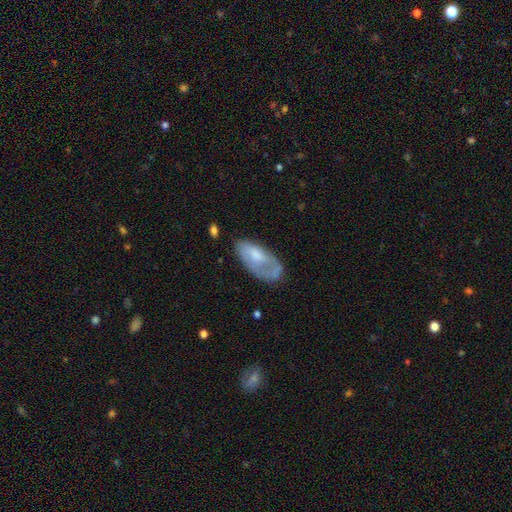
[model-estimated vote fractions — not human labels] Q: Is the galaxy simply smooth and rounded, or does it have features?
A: smooth — 52%.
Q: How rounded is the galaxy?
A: in between — 90%.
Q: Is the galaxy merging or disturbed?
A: none — 44%.